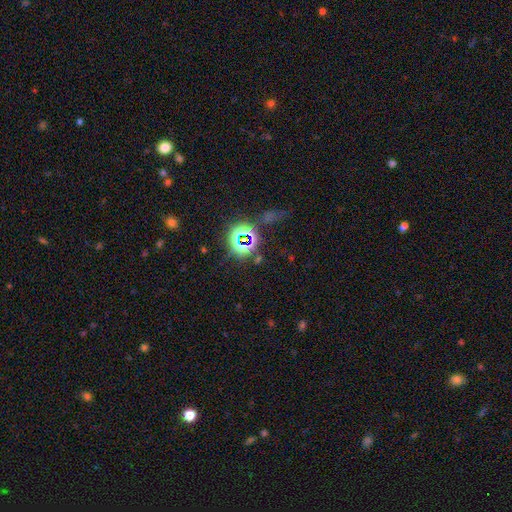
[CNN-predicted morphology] A star or artifact, not a galaxy (77%).